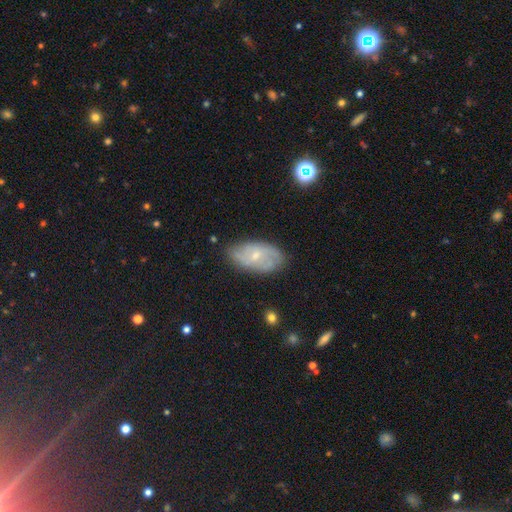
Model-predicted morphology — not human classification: Smooth or featured?
  - featured or disk: 60% *
  - smooth: 32%
  - star or artifact: 9%
Edge-on disk?
  - no: 94% *
  - yes: 6%
Bar?
  - no: 57% *
  - weak: 37%
  - strong: 6%
Spiral arms?
  - yes: 80% *
  - no: 20%
Bulge size?
  - small: 69% *
  - moderate: 26%
  - none: 3%
  - large: 1%
  - dominant: 1%
Merging?
  - none: 72% *
  - minor disturbance: 21%
  - major disturbance: 5%
  - merger: 2%